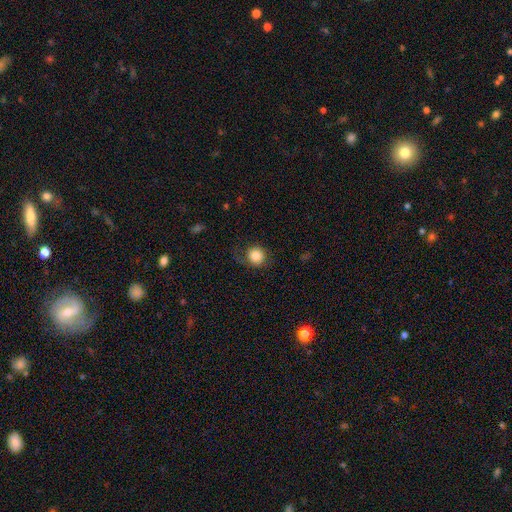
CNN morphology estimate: This appears to be a smooth galaxy with no disk features (81%) that is round (85%). Merging: none (70%).